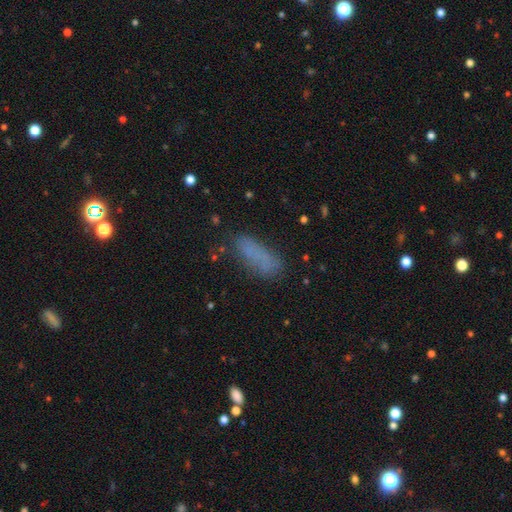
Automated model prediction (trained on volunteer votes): The model was most divided on "how rounded": in between: 57%, cigar-shaped: 40%, round: 3%. More confident: smooth or featured — smooth (71%); merging — none (64%).